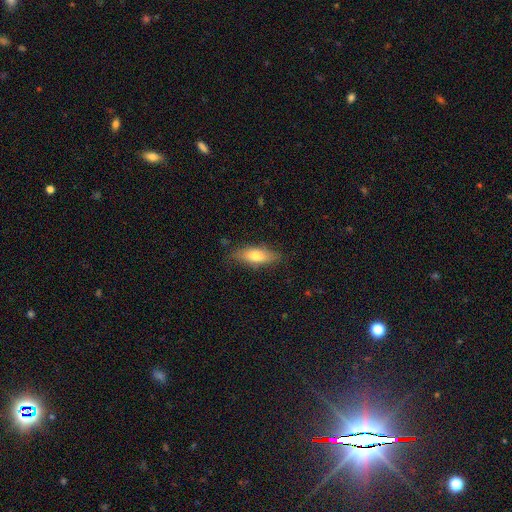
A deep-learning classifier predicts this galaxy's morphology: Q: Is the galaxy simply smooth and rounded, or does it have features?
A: smooth — 70%.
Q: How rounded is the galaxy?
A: in between — 66%.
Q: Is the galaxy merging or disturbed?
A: none — 79%.